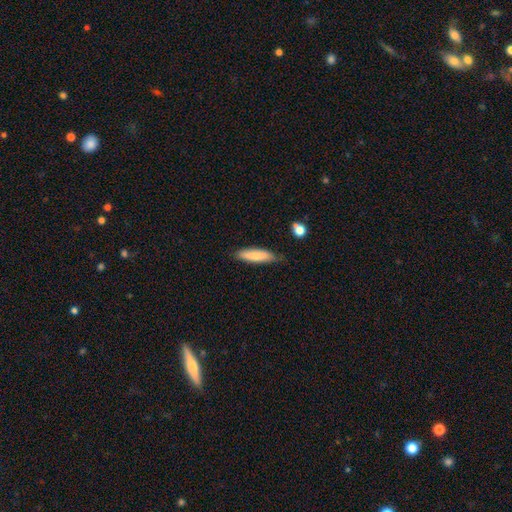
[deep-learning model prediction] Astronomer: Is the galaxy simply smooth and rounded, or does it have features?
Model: smooth — 78%.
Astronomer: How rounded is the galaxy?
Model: cigar-shaped — 66%.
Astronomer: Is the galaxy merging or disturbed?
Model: none — 77%.